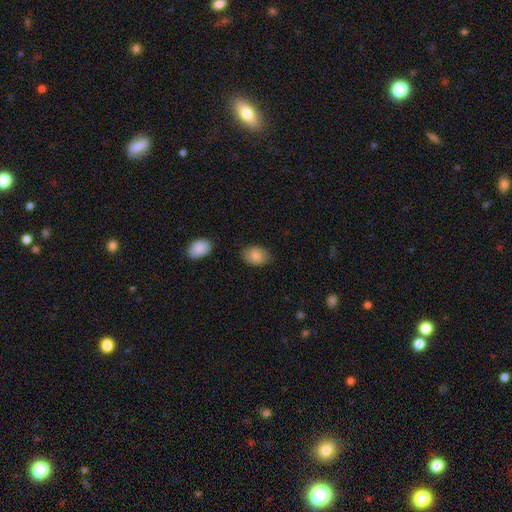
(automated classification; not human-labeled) smooth 83%, featured or disk 10%, star or artifact 7%. Down the decision tree: how rounded — in between (83%); merging — none (76%).